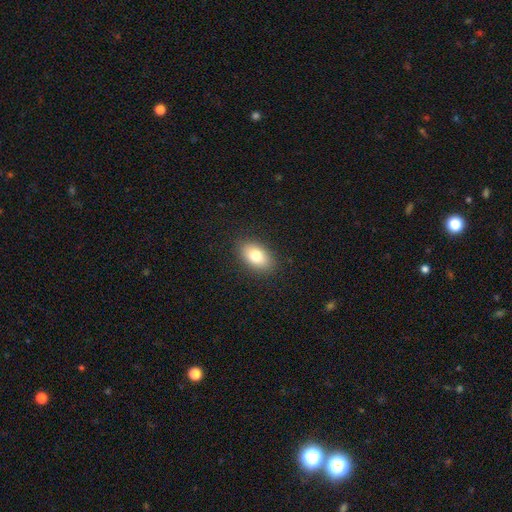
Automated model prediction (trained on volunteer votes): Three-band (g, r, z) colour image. It shows a smooth galaxy with no disk features (79%) that is in between round and cigar-shaped (90%). Merging: none (88%).